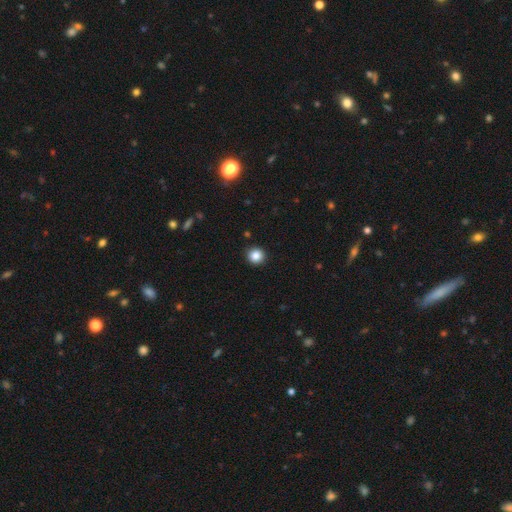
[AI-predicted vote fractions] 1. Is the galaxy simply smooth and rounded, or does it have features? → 86% smooth, 11% star or artifact, 4% featured or disk.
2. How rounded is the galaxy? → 94% round, 5% in between, 1% cigar-shaped.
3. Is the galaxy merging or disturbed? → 92% none, 5% minor disturbance, 2% major disturbance, 1% merger.